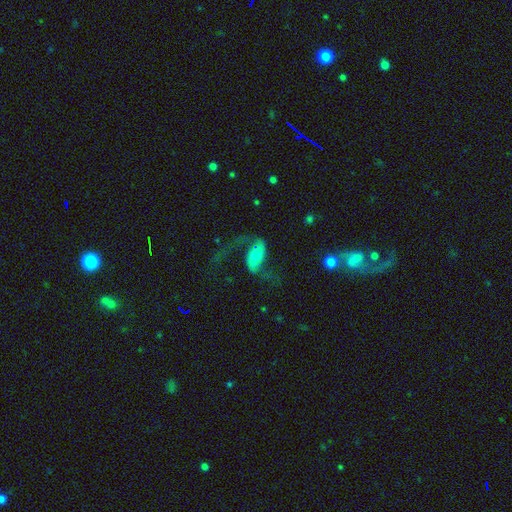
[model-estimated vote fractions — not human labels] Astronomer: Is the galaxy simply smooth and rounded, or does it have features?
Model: featured or disk — 74%.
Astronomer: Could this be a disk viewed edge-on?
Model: no — 95%.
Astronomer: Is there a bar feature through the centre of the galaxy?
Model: no — 49% (runner-up: weak, 32%).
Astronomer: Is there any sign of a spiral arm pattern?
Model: yes — 88%.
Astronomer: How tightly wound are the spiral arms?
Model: loose — 84%.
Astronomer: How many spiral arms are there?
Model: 2 — 90%.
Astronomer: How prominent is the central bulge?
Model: small — 44% (runner-up: moderate, 39%).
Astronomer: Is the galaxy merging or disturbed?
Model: none — 48% (runner-up: major disturbance, 33%).